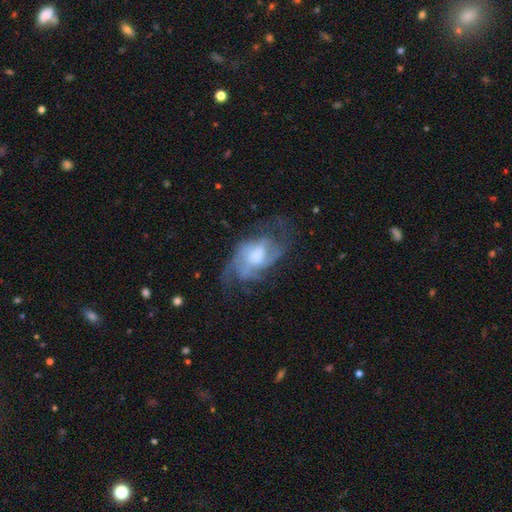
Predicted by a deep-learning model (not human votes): Morphology: type=featured or disk (72%); edge-on=no (96%); bar=no (60%); spiral arms=yes (80%); winding=medium (45%); arm count=can't tell (37%); bulge=moderate (36%); merging=none (42%).